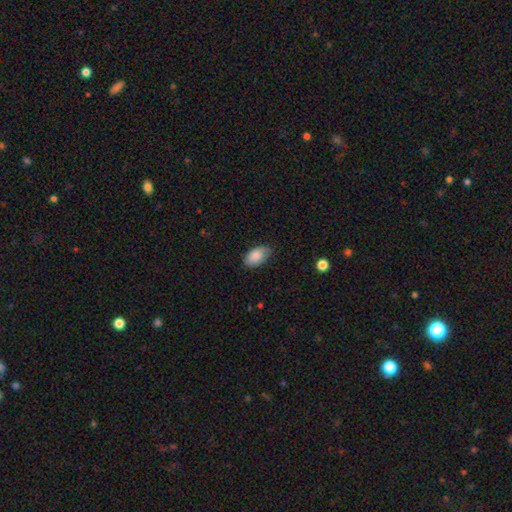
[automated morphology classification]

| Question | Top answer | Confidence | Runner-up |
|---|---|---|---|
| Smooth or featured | smooth | 85% | featured or disk (8%) |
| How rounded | in between | 94% | round (5%) |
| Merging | none | 72% | minor disturbance (23%) |